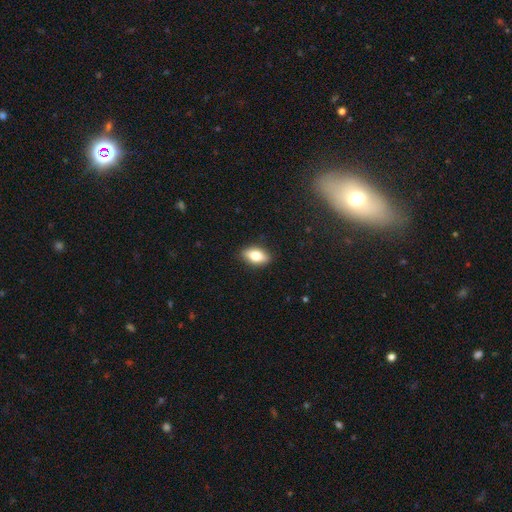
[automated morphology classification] Smooth or featured: smooth — 73% (featured or disk — 19%)
How rounded: in between — 86% (cigar-shaped — 8%)
Merging: none — 87% (minor disturbance — 10%)